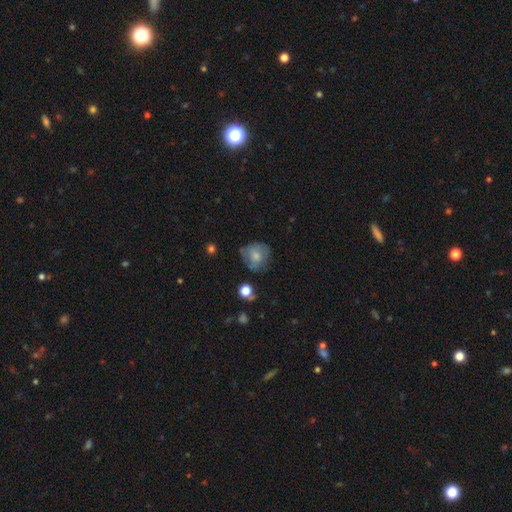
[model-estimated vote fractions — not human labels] smooth_or_featured: smooth (p=0.66) [alt: featured or disk p=0.25]
how_rounded: round (p=0.76) [alt: in between p=0.23]
merging: none (p=0.58) [alt: minor disturbance p=0.27]